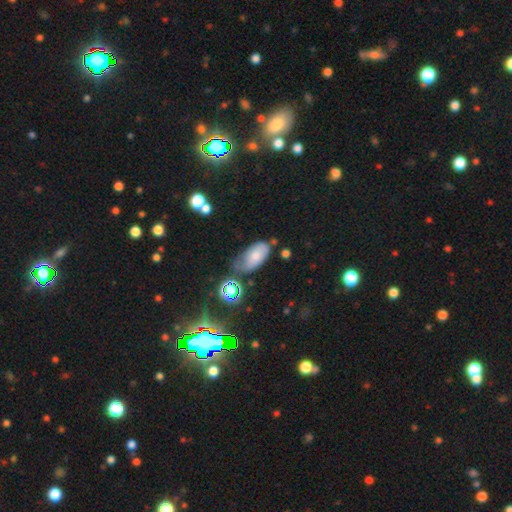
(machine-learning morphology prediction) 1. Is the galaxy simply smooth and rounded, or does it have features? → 65% smooth, 24% featured or disk, 12% star or artifact.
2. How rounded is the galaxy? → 92% in between, 5% round, 3% cigar-shaped.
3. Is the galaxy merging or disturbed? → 37% minor disturbance, 36% none, 17% major disturbance, 9% merger.